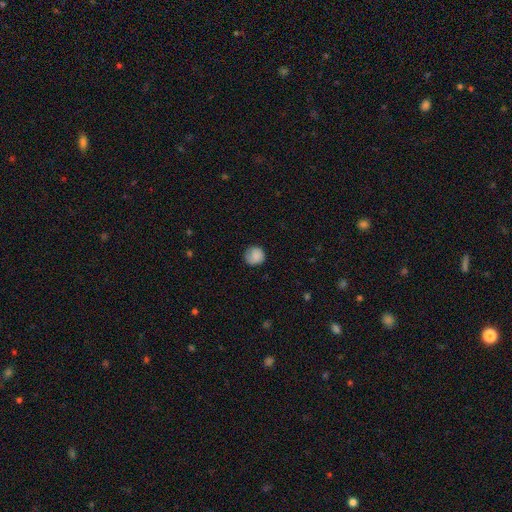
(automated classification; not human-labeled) smooth_or_featured: smooth (p=0.82) [alt: featured or disk p=0.10]
how_rounded: round (p=0.89) [alt: in between p=0.10]
merging: none (p=0.75) [alt: minor disturbance p=0.19]